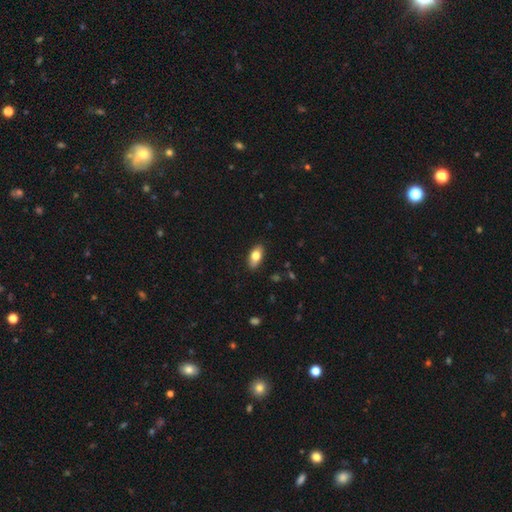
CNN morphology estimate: type=smooth (76%); roundness=in between (88%); merging=none (86%).